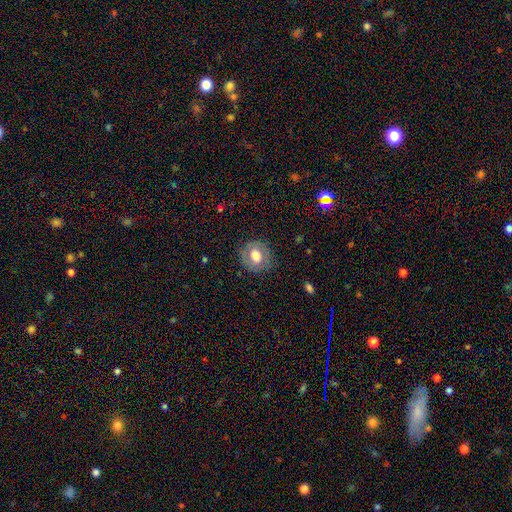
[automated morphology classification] smooth 60%, featured or disk 32%, star or artifact 8%. Down the decision tree: how rounded — round (78%); merging — none (78%).